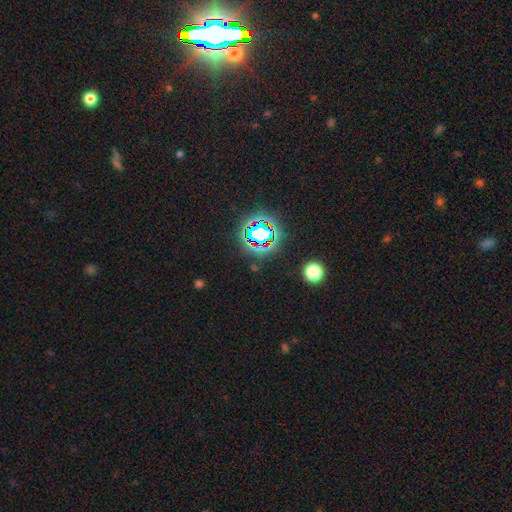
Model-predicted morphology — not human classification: A star or artifact, not a galaxy (81%).